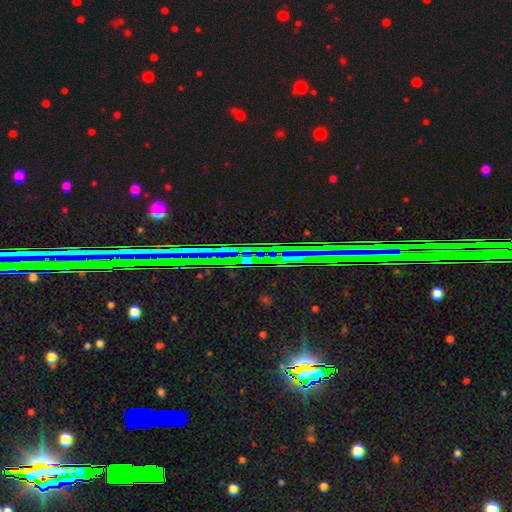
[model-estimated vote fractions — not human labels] smooth-or-featured: star or artifact: 78% | featured or disk: 12% | smooth: 10%